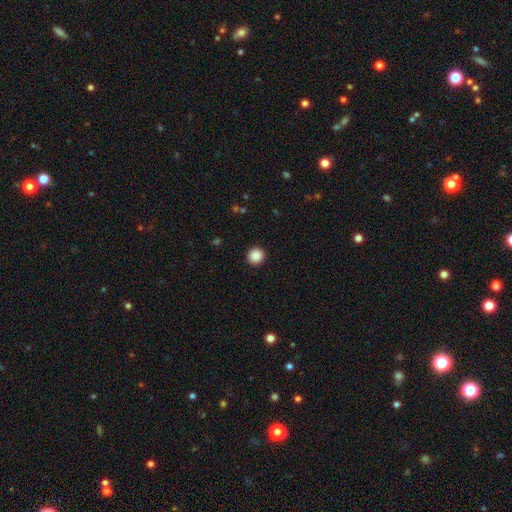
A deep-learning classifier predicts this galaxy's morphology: smooth_or_featured: smooth (p=0.88) [alt: star or artifact p=0.09]
how_rounded: round (p=0.95) [alt: in between p=0.04]
merging: none (p=0.93) [alt: minor disturbance p=0.04]